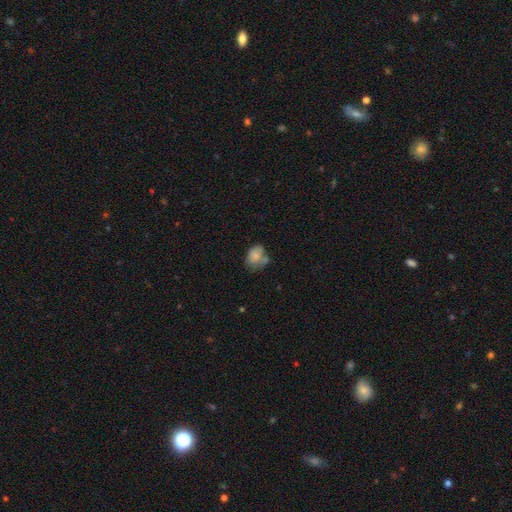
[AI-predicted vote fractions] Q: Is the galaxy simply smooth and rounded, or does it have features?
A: smooth — 76%.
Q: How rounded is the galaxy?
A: in between — 64%.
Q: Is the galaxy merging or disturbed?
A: none — 41%.